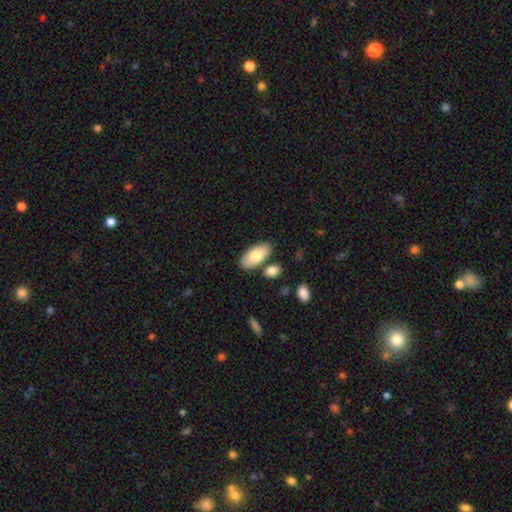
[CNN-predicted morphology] type=smooth (78%); roundness=in between (92%); merging=none (78%).